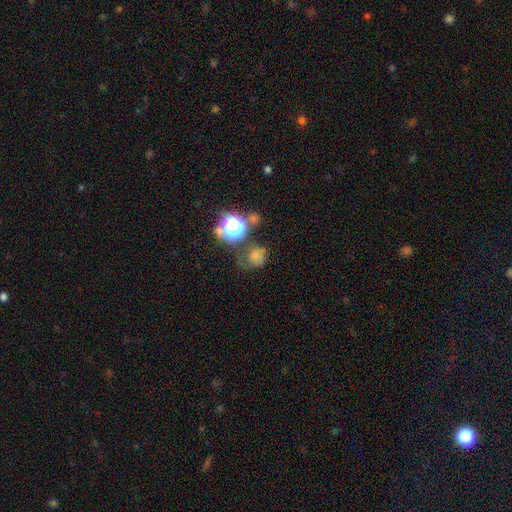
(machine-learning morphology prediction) Q: Smooth or featured?
A: smooth (66%); runner-up: star or artifact (22%)
Q: How rounded?
A: round (78%); runner-up: in between (21%)
Q: Merging?
A: none (52%); runner-up: minor disturbance (20%)